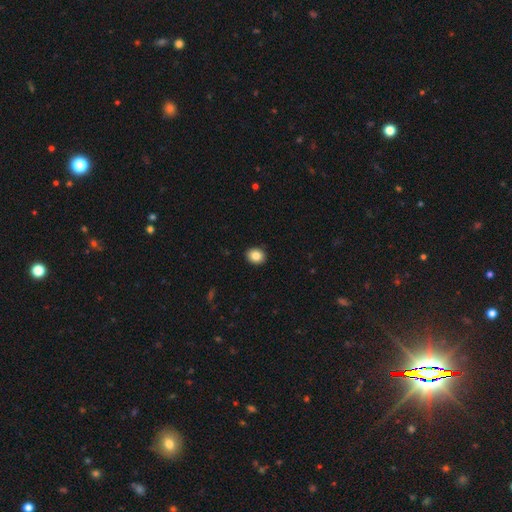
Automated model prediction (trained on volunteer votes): smooth 86%, star or artifact 9%, featured or disk 5%. Down the decision tree: how rounded — round (64%); merging — none (92%).